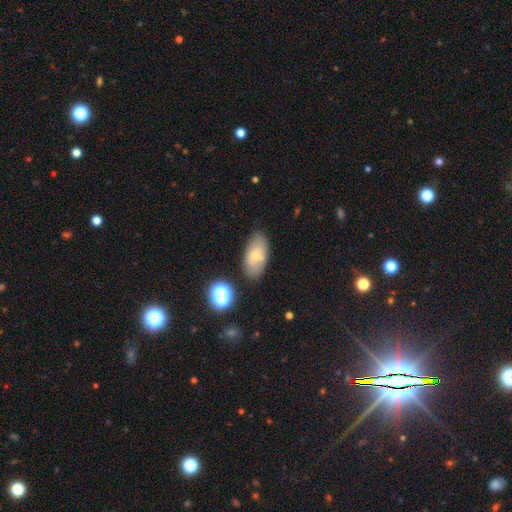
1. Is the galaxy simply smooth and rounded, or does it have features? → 71% smooth, 24% featured or disk, 5% star or artifact.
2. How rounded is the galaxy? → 85% in between, 11% round, 4% cigar-shaped.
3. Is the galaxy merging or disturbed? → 64% none, 19% minor disturbance, 17% merger, 0% major disturbance.